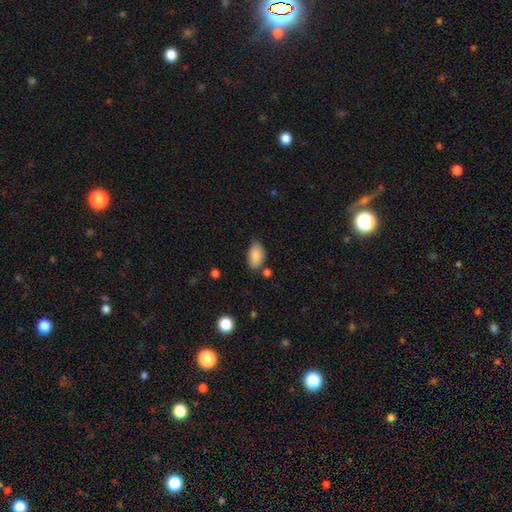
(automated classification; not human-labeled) Overall: smooth (87%). How rounded: in between (92%). Merging: none (70%).